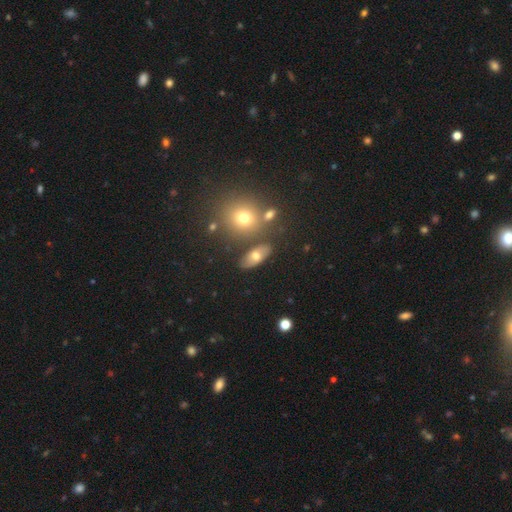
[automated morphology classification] Smooth or featured: smooth — 62% (featured or disk — 27%)
How rounded: in between — 82% (round — 11%)
Merging: none — 79% (minor disturbance — 11%)